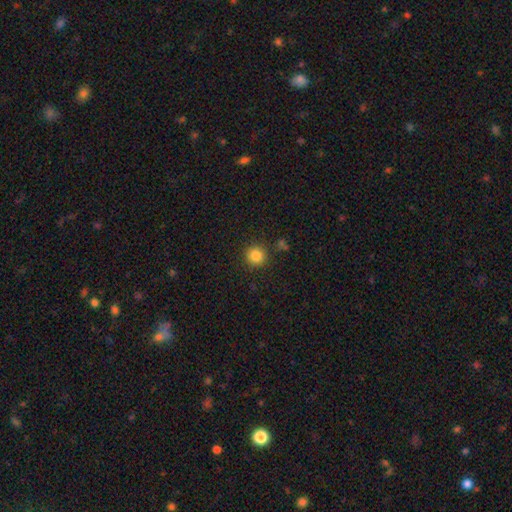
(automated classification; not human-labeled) smooth_or_featured: smooth (p=0.84) [alt: star or artifact p=0.11]
how_rounded: round (p=0.94) [alt: in between p=0.05]
merging: none (p=0.88) [alt: minor disturbance p=0.07]